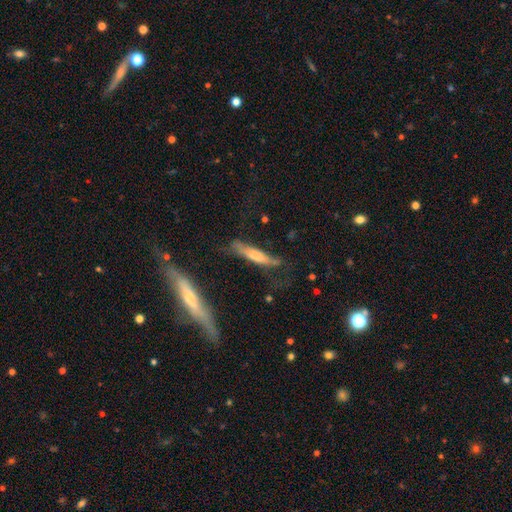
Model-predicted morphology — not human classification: smooth 55%, featured or disk 38%, star or artifact 8%. Down the decision tree: how rounded — cigar-shaped (84%); merging — none (50%).